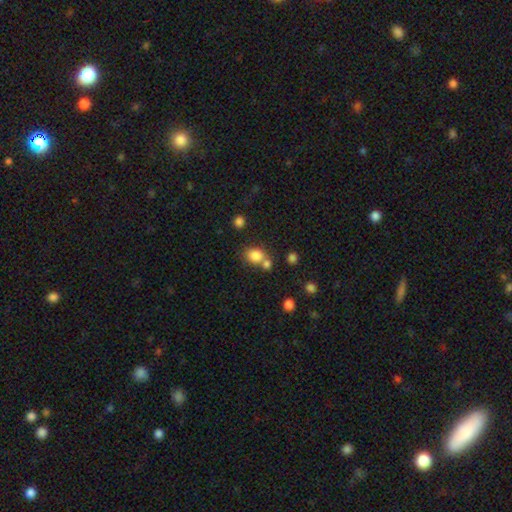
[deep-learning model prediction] smooth-or-featured: smooth: 82% | star or artifact: 11% | featured or disk: 7%
  how-rounded: round: 53% | in between: 45% | cigar-shaped: 1%
  merging: none: 53% | merger: 32% | minor disturbance: 11% | major disturbance: 4%